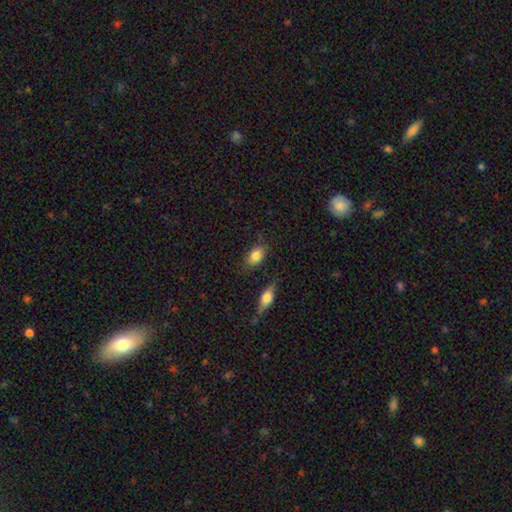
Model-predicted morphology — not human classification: Smooth or featured?
  - smooth: 82% *
  - featured or disk: 10%
  - star or artifact: 8%
How rounded?
  - in between: 83% *
  - round: 13%
  - cigar-shaped: 4%
Merging?
  - none: 75% *
  - minor disturbance: 17%
  - merger: 4%
  - major disturbance: 4%